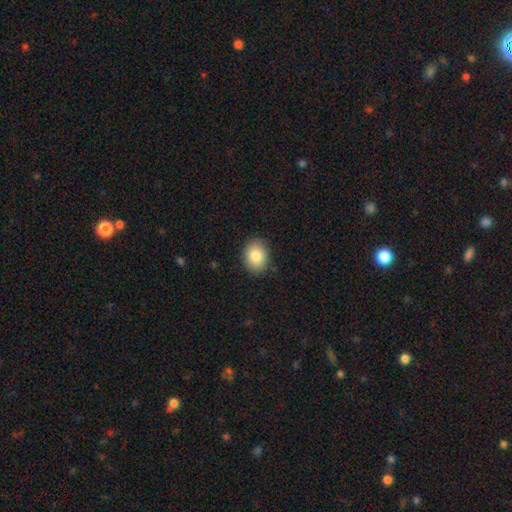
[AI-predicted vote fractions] smooth_or_featured: smooth (p=0.84) [alt: star or artifact p=0.08]
how_rounded: in between (p=0.55) [alt: round p=0.44]
merging: none (p=0.87) [alt: minor disturbance p=0.09]